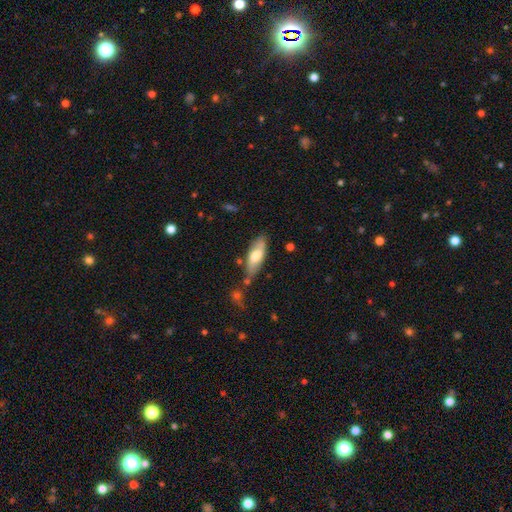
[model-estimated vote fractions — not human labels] smooth_or_featured: smooth (p=0.63) [alt: featured or disk p=0.31]
how_rounded: in between (p=0.64) [alt: cigar-shaped p=0.33]
merging: none (p=0.71) [alt: minor disturbance p=0.18]